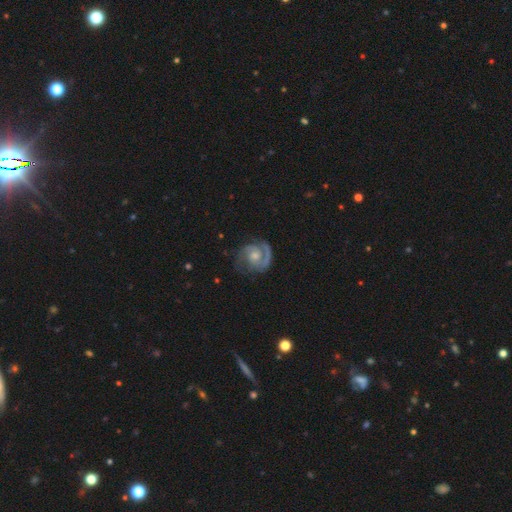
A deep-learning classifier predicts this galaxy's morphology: type=featured or disk (88%); edge-on=no (98%); bar=no (66%); spiral arms=yes (97%); winding=tight (48%); arm count=2 (76%); bulge=moderate (51%); merging=none (72%).